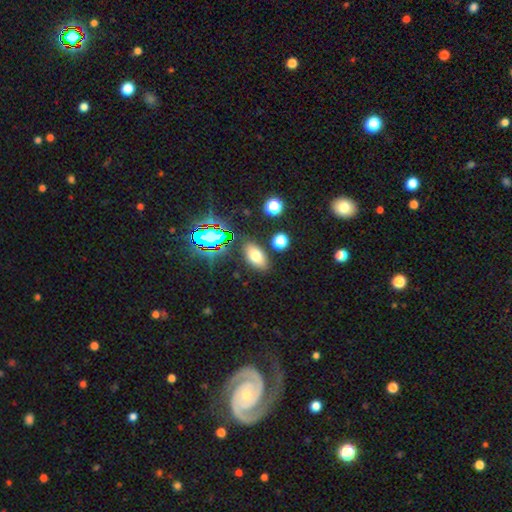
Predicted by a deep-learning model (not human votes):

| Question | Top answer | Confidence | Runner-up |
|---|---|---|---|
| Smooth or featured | smooth | 67% | star or artifact (21%) |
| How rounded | in between | 87% | round (8%) |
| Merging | none | 83% | minor disturbance (9%) |